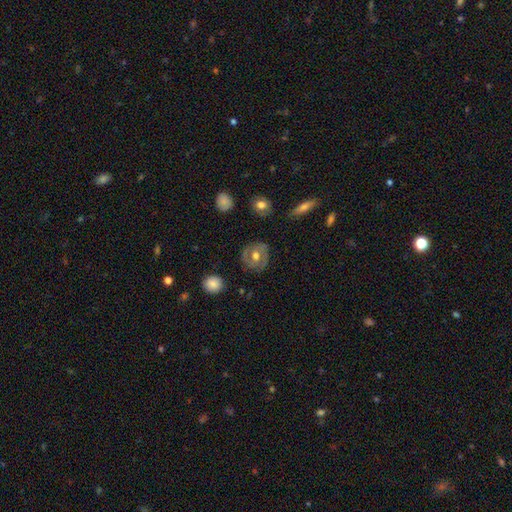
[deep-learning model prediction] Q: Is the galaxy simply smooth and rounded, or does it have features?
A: featured or disk — 58%.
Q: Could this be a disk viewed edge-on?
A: no — 95%.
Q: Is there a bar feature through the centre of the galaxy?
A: no — 62%.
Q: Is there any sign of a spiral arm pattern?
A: yes — 64%.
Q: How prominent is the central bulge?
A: moderate — 77%.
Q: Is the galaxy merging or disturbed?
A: none — 80%.